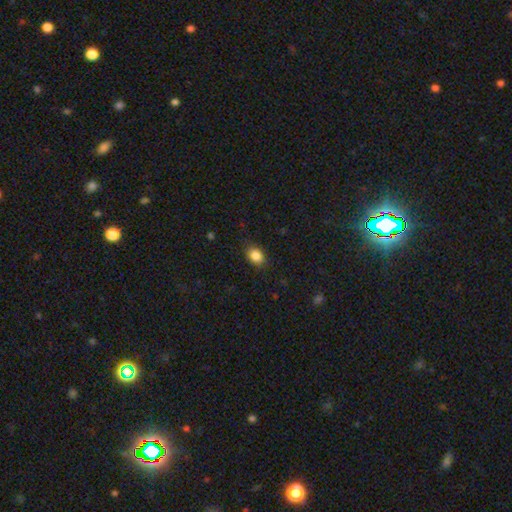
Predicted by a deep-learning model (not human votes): Smooth or featured: smooth — 86% (star or artifact — 9%)
How rounded: in between — 74% (round — 25%)
Merging: none — 86% (minor disturbance — 10%)